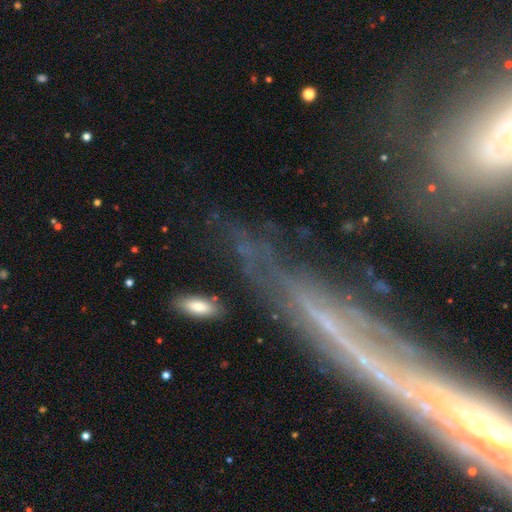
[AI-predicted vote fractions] This is likely a featured or disk galaxy (61%). It is possibly viewed edge-on (55%). Merging: likely none (67%).